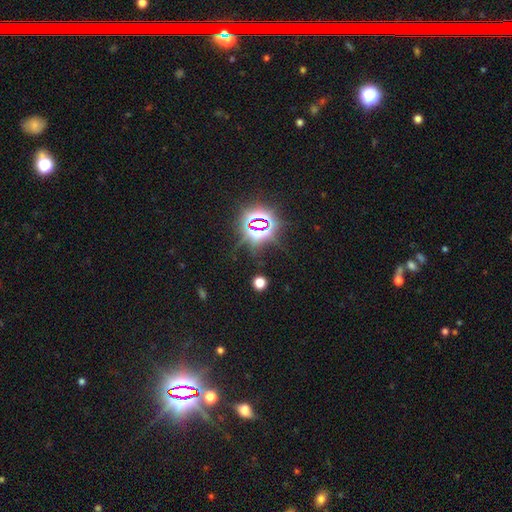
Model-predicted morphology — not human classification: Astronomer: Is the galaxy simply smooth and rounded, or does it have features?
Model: star or artifact — 81%.